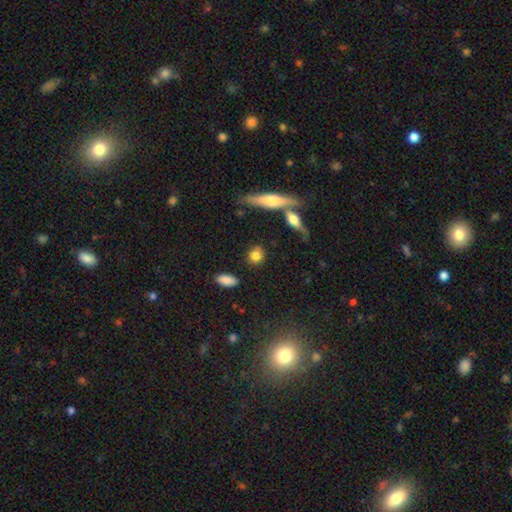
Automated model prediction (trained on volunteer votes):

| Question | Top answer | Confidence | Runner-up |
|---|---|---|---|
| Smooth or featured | smooth | 81% | featured or disk (10%) |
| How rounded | round | 59% | in between (34%) |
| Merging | none | 79% | minor disturbance (12%) |